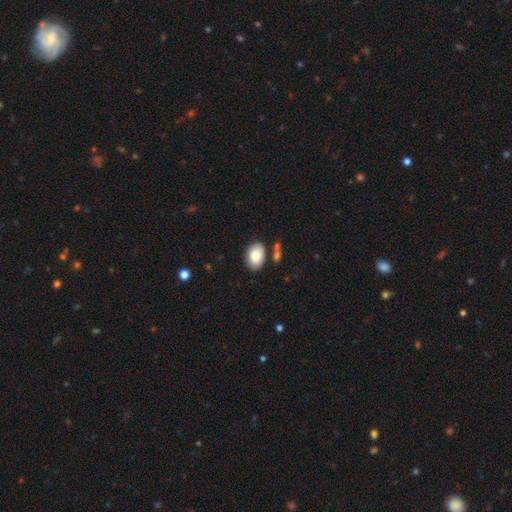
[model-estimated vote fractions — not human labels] Smooth or featured?
  - smooth: 84% *
  - featured or disk: 9%
  - star or artifact: 6%
How rounded?
  - in between: 88% *
  - round: 11%
  - cigar-shaped: 1%
Merging?
  - none: 79% *
  - minor disturbance: 12%
  - merger: 6%
  - major disturbance: 3%